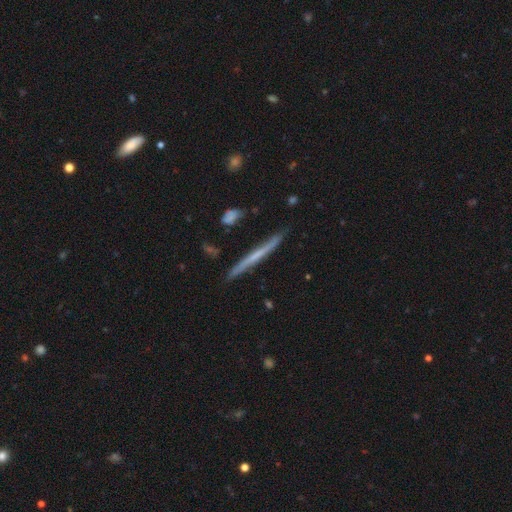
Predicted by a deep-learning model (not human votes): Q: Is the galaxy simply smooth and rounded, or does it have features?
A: featured or disk — 59%.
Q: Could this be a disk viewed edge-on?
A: yes — 94%.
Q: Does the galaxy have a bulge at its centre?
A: none — 72%.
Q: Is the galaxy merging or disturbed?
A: none — 83%.